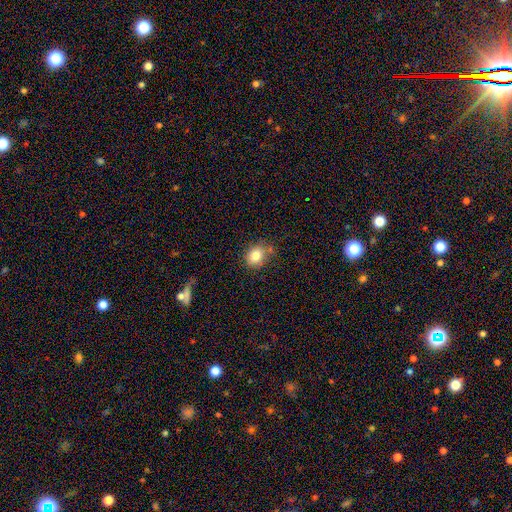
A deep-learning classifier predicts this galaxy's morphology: This is clearly a smooth galaxy (82%). How rounded: possibly round (58%). Merging: likely none (70%).